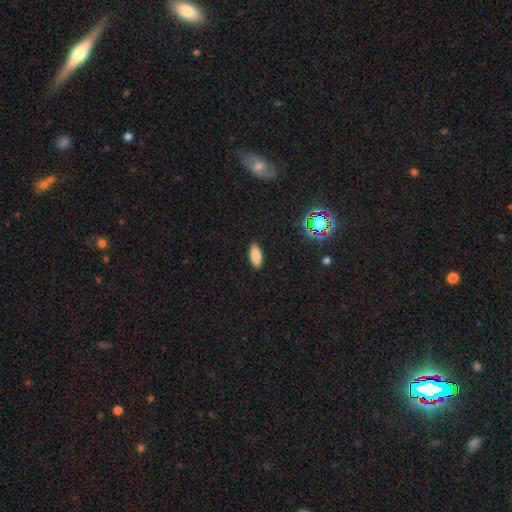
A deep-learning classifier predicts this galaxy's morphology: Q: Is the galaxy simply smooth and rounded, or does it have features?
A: smooth — 84%.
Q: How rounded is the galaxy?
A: in between — 87%.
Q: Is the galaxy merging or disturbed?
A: none — 89%.